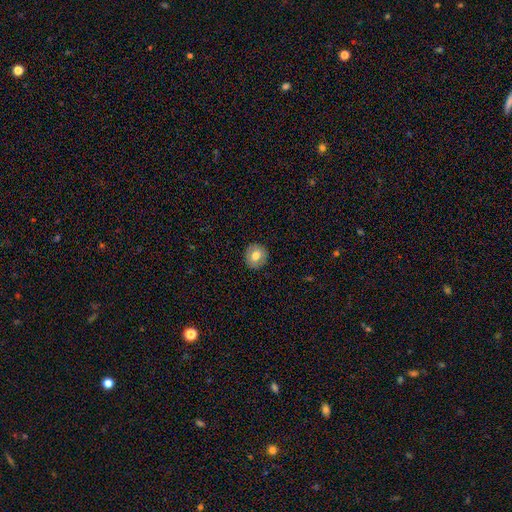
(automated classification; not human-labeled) This appears to be a smooth galaxy with no disk features (72%) that is round (87%). Merging: none (90%).